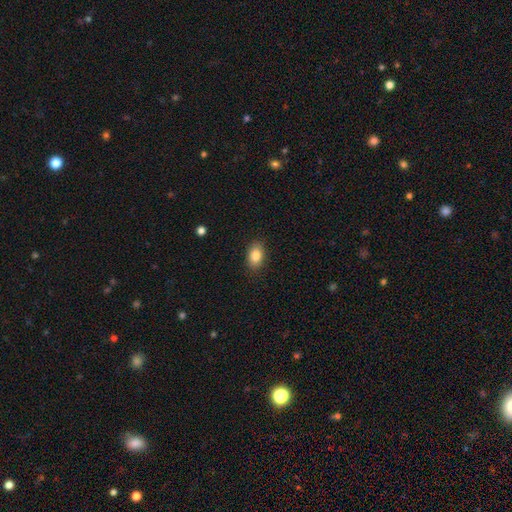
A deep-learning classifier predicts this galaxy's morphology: Smooth or featured: smooth — 83% (featured or disk — 9%)
How rounded: in between — 84% (round — 14%)
Merging: none — 88% (minor disturbance — 9%)